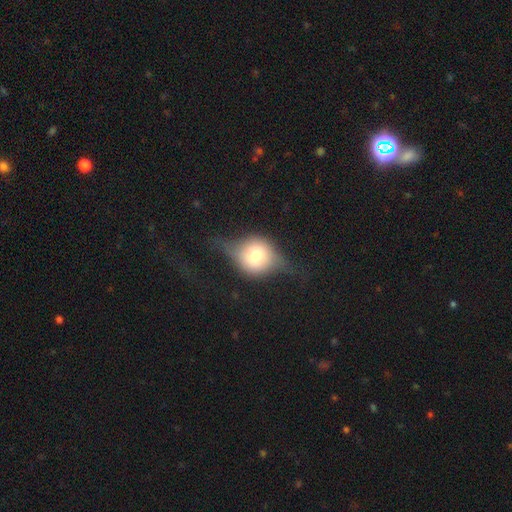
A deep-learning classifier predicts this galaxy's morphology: The model was most divided on "smooth or featured": featured or disk: 51%, smooth: 39%, star or artifact: 10%. More confident: edge-on disk — yes (76%); merging — none (56%).